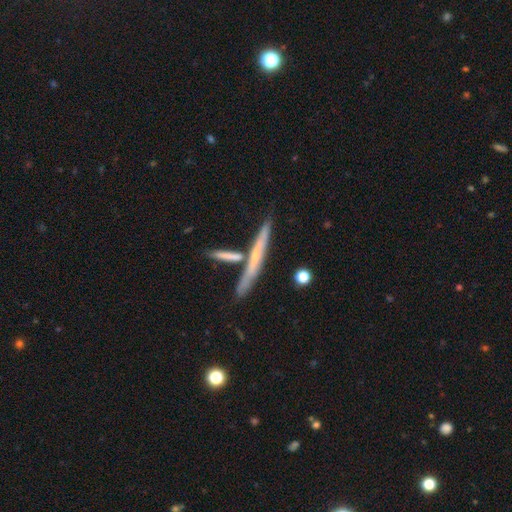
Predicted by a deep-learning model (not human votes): A featured or disk galaxy (56%) viewed edge-on (93%) with no central bulge (63%). Merging: none (69%).